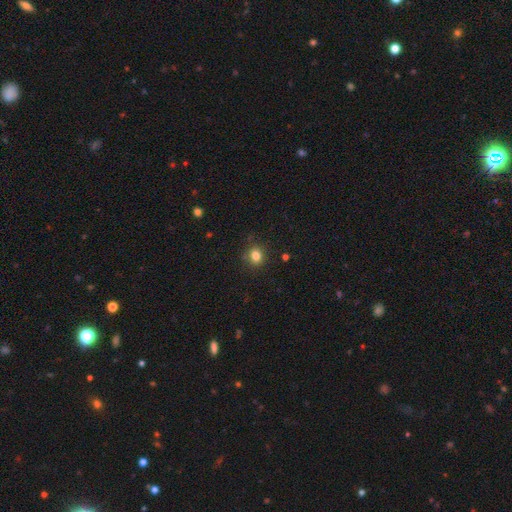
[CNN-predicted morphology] Q: Smooth or featured?
A: smooth (82%); runner-up: star or artifact (12%)
Q: How rounded?
A: round (74%); runner-up: in between (25%)
Q: Merging?
A: none (85%); runner-up: minor disturbance (10%)